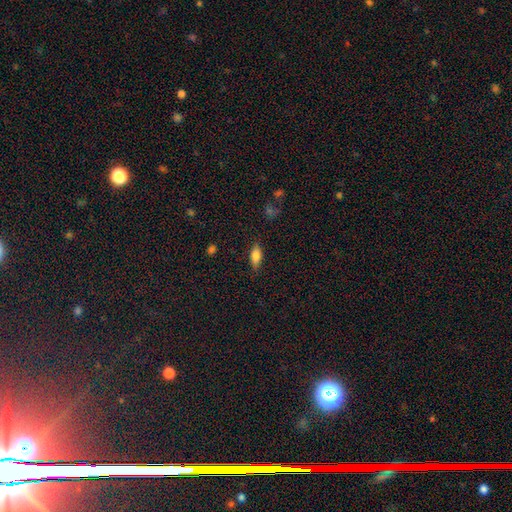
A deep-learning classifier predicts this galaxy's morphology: This is likely a smooth galaxy (75%). How rounded: likely in between (76%). Merging: clearly none (85%).